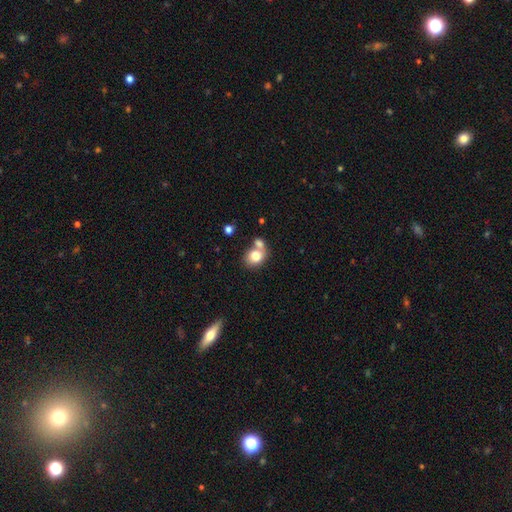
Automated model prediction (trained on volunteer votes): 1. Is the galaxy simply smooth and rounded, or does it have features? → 77% smooth, 14% featured or disk, 9% star or artifact.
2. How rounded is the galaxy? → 58% round, 41% in between, 1% cigar-shaped.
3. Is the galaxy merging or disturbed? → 46% merger, 38% none, 11% minor disturbance, 5% major disturbance.